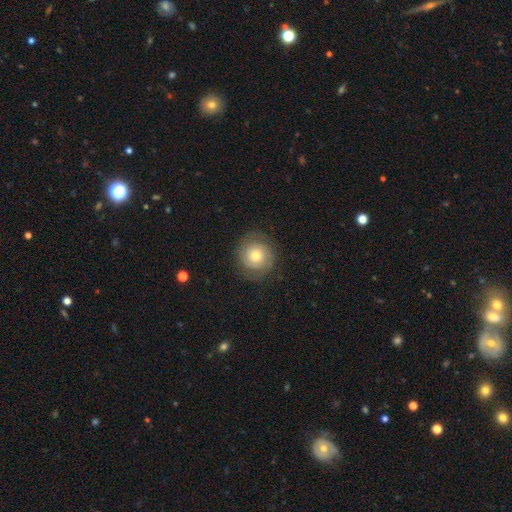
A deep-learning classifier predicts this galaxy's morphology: The model was most divided on "smooth or featured": smooth: 50%, featured or disk: 41%, star or artifact: 9%. More confident: merging — none (79%).